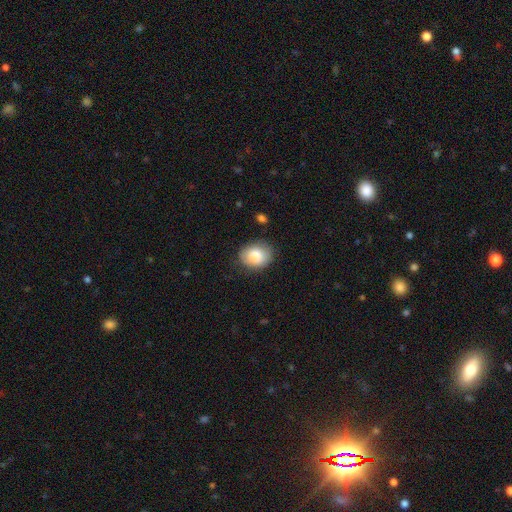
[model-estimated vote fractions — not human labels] Smooth or featured? Predicted: smooth (p=0.85). How rounded? Predicted: in between (p=0.51). Merging? Predicted: none (p=0.80).